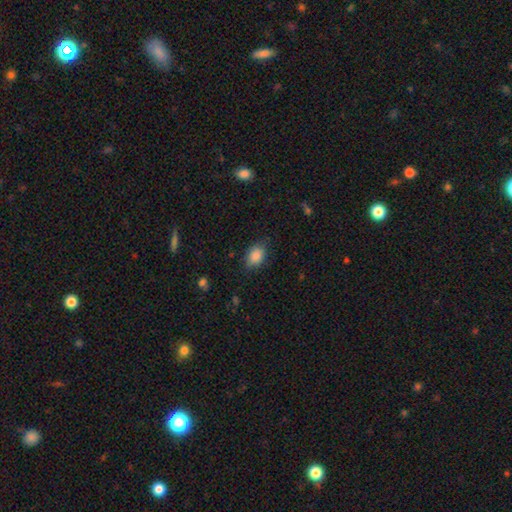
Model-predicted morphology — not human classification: Smooth or featured: smooth — 87% (star or artifact — 8%)
How rounded: in between — 79% (round — 20%)
Merging: none — 77% (minor disturbance — 18%)